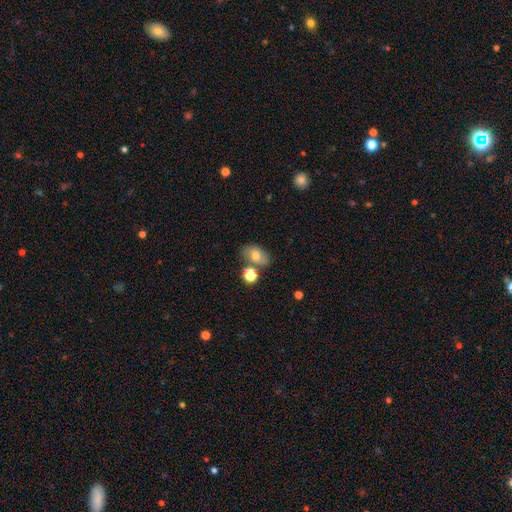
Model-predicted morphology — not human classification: Smooth or featured? smooth (70%)
How rounded? in between (82%)
Merging? none (69%)